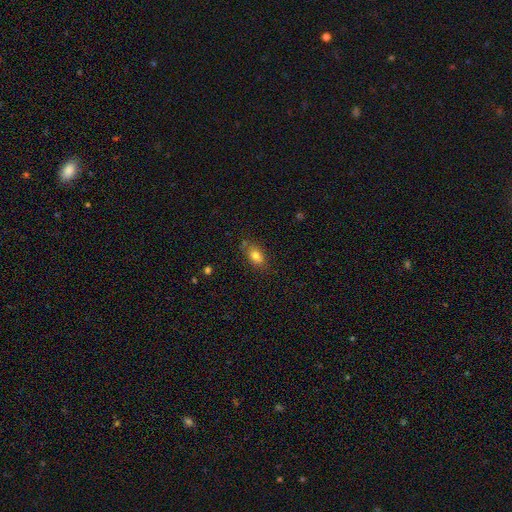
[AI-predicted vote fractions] Smooth or featured: smooth — 79% (featured or disk — 11%)
How rounded: in between — 83% (round — 12%)
Merging: none — 69% (minor disturbance — 20%)